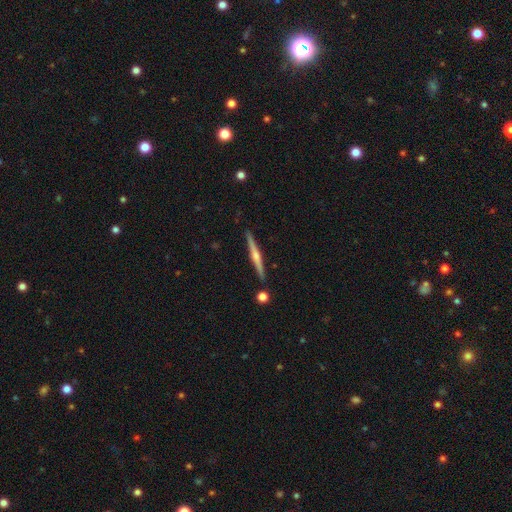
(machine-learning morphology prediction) smooth_or_featured: featured or disk (p=0.76) [alt: smooth p=0.19]
disk_edge_on: yes (p=0.98) [alt: no p=0.02]
edge_on_bulge: rounded (p=0.80) [alt: none p=0.12]
merging: none (p=0.90) [alt: minor disturbance p=0.07]